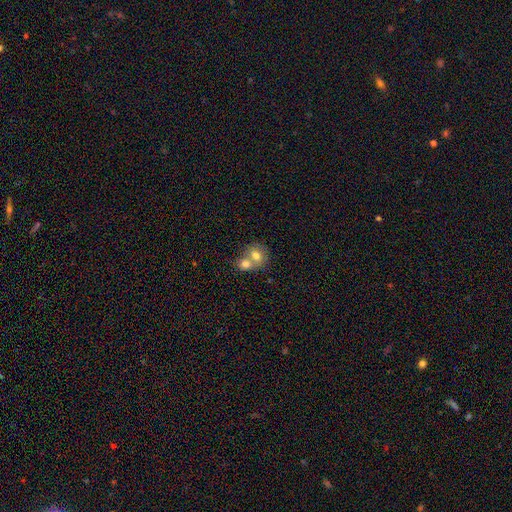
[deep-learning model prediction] Smooth or featured? Predicted: smooth (p=0.73). How rounded? Predicted: round (p=0.66). Merging? Predicted: merger (p=0.65).